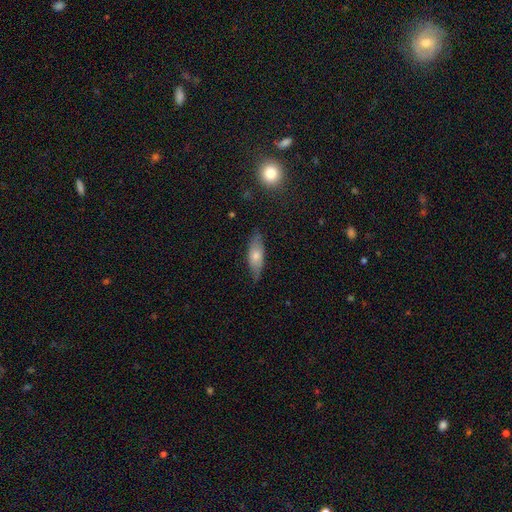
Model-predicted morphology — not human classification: Overall: smooth (59%; featured or disk 34%). How rounded: in between (62%; cigar-shaped 35%). Merging: none (76%).